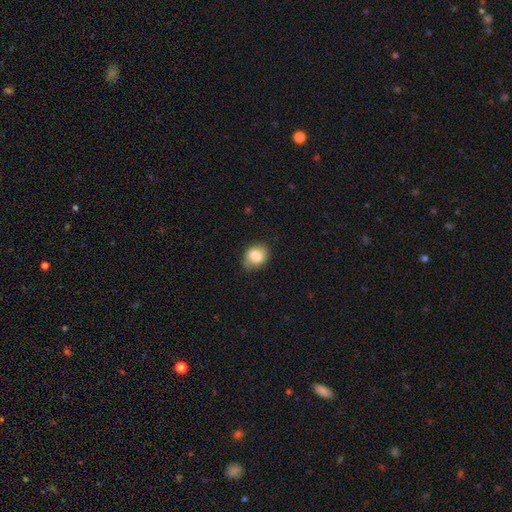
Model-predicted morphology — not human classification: Smooth or featured: smooth — 78% (featured or disk — 13%)
How rounded: in between — 56% (round — 43%)
Merging: none — 74% (minor disturbance — 21%)